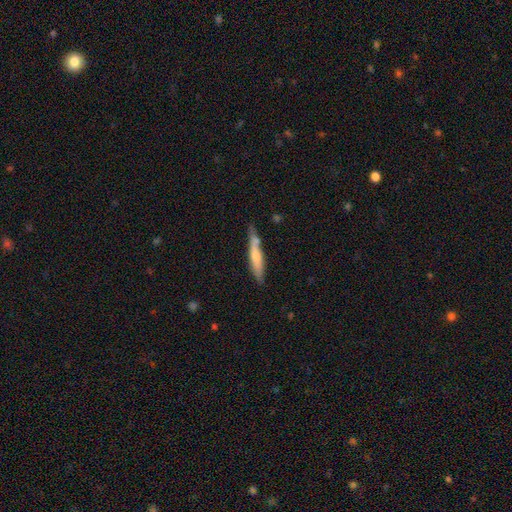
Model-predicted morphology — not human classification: This appears to be a smooth galaxy with no disk features (57%) that is cigar-shaped (90%). Merging: none (68%).